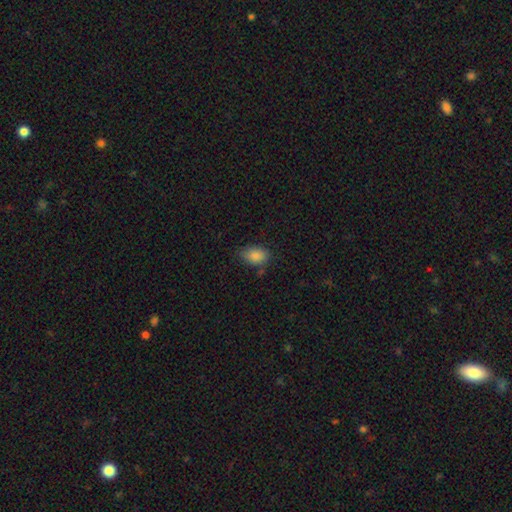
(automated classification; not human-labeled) Smooth or featured?
  - smooth: 86% *
  - star or artifact: 8%
  - featured or disk: 6%
How rounded?
  - in between: 86% *
  - round: 12%
  - cigar-shaped: 1%
Merging?
  - none: 67% *
  - minor disturbance: 25%
  - major disturbance: 5%
  - merger: 4%